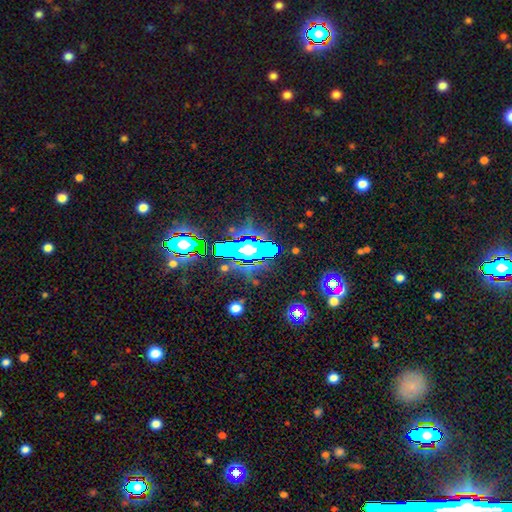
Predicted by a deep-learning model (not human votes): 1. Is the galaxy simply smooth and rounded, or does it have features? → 51% star or artifact, 26% featured or disk, 24% smooth.